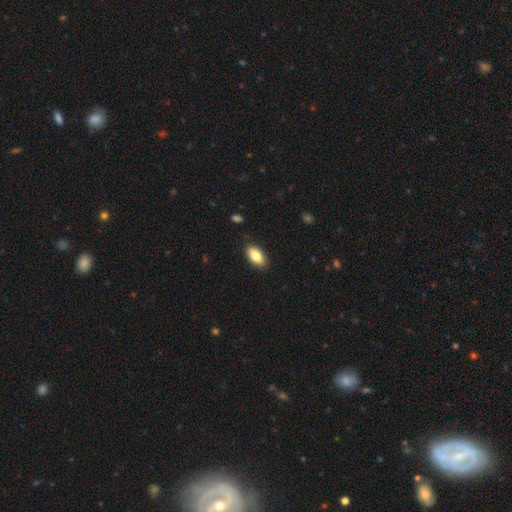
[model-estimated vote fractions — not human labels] A smooth galaxy with no disk features (84%) that is in between round and cigar-shaped (92%).

Vote fractions:
- Smooth or featured? smooth: 84% / featured or disk: 9% / star or artifact: 7%
- How rounded? in between: 92% / cigar-shaped: 5% / round: 3%
- Merging? none: 87% / minor disturbance: 10% / major disturbance: 2% / merger: 1%